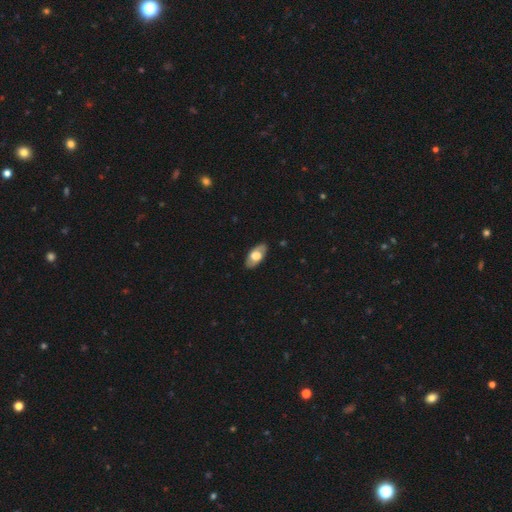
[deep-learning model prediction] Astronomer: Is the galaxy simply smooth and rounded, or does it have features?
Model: smooth — 58% (runner-up: featured or disk, 36%).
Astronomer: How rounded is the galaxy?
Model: in between — 92%.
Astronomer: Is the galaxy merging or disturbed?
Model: none — 85%.